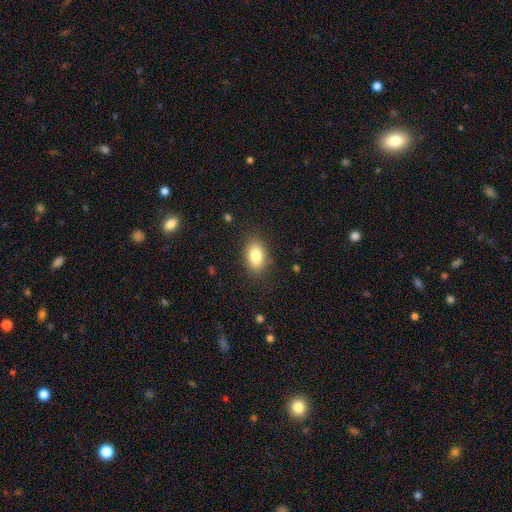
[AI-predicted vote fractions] Smooth or featured? Predicted: smooth (p=0.85). How rounded? Predicted: in between (p=0.89). Merging? Predicted: none (p=0.85).